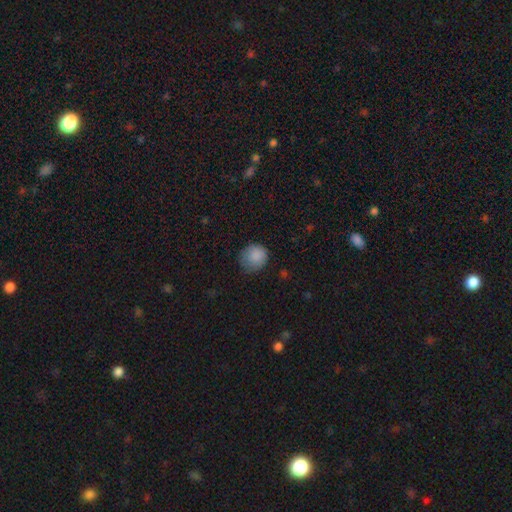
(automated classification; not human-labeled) smooth_or_featured: smooth (p=0.87) [alt: star or artifact p=0.08]
how_rounded: round (p=0.85) [alt: in between p=0.14]
merging: none (p=0.67) [alt: minor disturbance p=0.26]